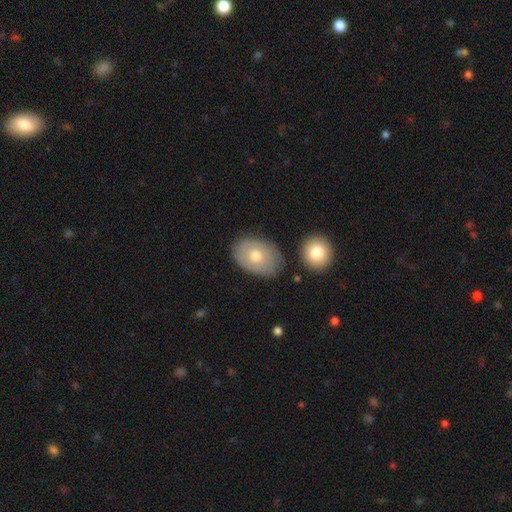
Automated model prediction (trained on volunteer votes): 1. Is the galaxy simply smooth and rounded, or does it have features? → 68% smooth, 24% featured or disk, 7% star or artifact.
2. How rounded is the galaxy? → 79% in between, 20% round, 1% cigar-shaped.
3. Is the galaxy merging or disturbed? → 76% none, 15% minor disturbance, 5% merger, 3% major disturbance.